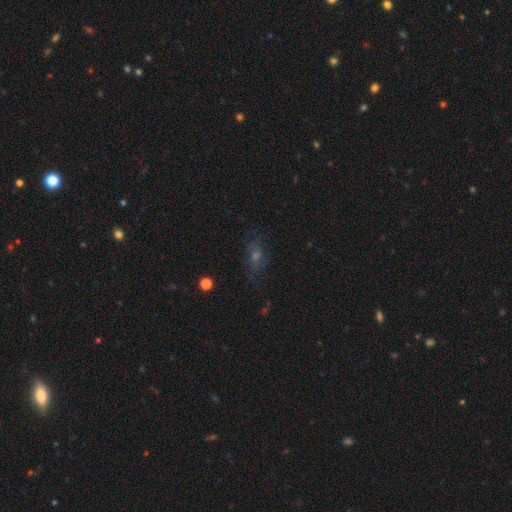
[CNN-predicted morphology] A smooth galaxy with no disk features (35%). Merging: none (71%).